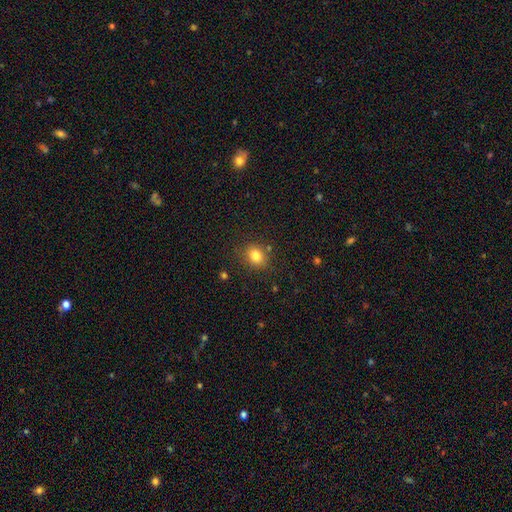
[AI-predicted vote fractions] Smooth or featured? smooth (81%)
How rounded? round (60%)
Merging? none (81%)